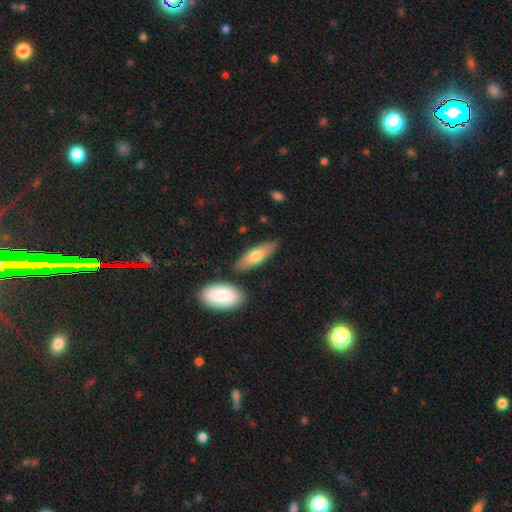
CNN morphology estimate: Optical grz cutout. It shows a smooth galaxy with no disk features (70%) that is in between round and cigar-shaped (62%). Merging: none (79%).